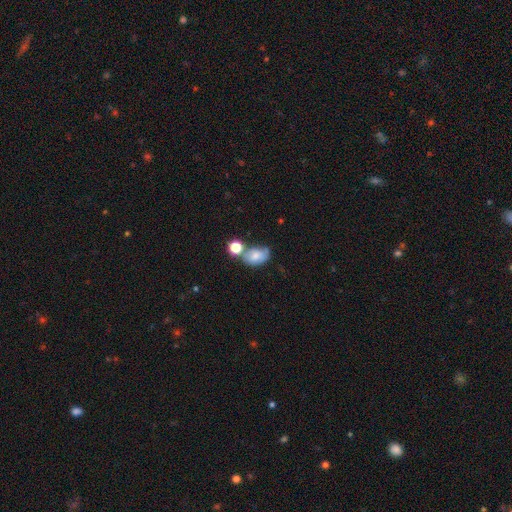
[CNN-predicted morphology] type=smooth (73%); roundness=in between (80%); merging=none (39%).